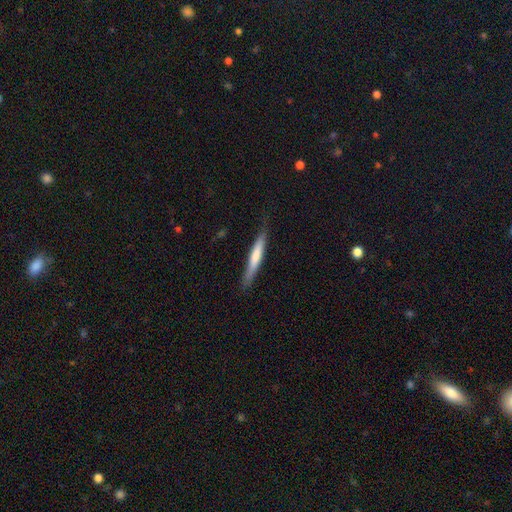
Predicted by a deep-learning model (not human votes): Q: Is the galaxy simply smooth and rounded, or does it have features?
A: smooth — 62%.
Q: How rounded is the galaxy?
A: cigar-shaped — 94%.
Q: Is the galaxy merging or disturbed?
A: none — 81%.